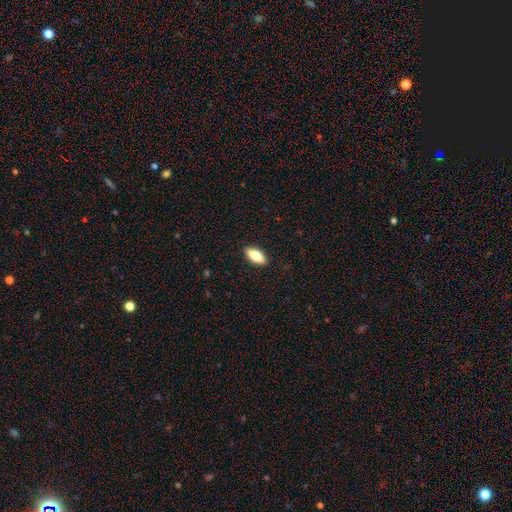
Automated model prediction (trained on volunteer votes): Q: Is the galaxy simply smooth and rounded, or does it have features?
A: smooth — 76%.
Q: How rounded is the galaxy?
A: in between — 82%.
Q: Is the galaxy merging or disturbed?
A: none — 90%.